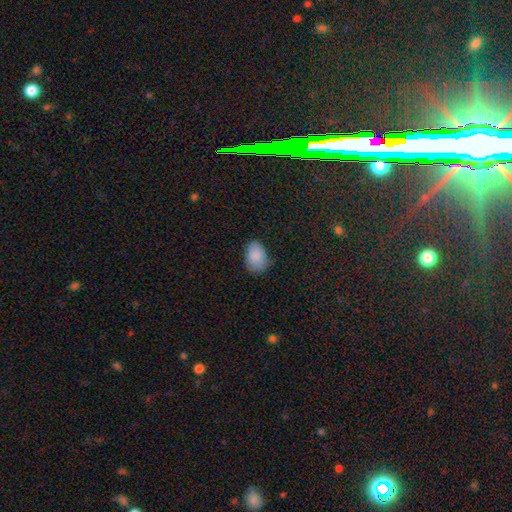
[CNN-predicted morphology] A smooth galaxy with no disk features (87%) that is in between round and cigar-shaped (81%). Merging: none (71%).